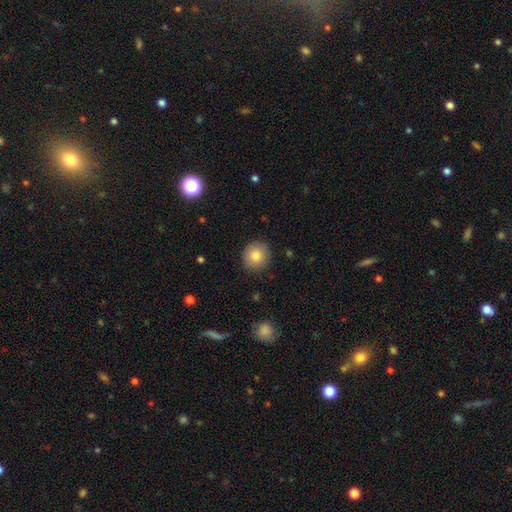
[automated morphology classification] This appears to be a smooth galaxy with no disk features (81%) that is round (90%). Merging: none (89%).